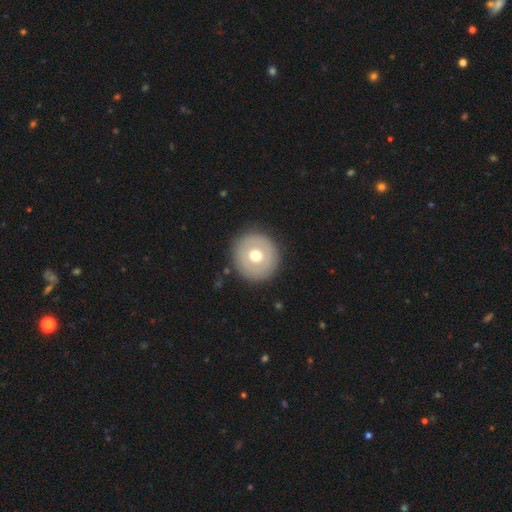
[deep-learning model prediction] Smooth or featured: smooth — 57% (featured or disk — 37%)
How rounded: round — 94% (in between — 5%)
Merging: none — 89% (minor disturbance — 7%)